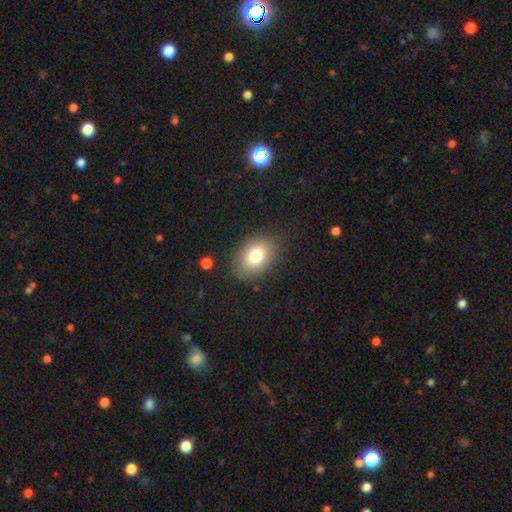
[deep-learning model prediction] Morphology: type=smooth (80%); roundness=in between (80%); merging=none (84%).